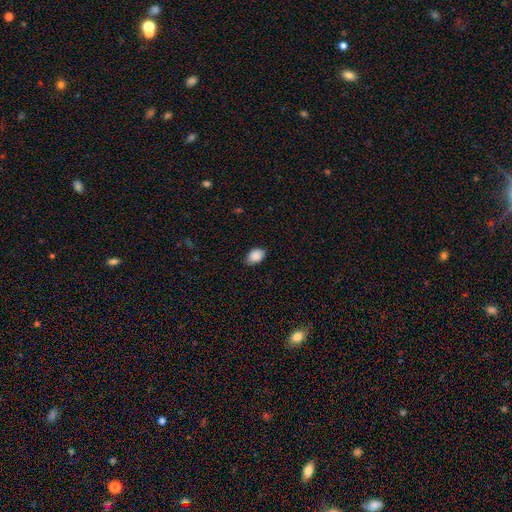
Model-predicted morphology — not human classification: A smooth galaxy with no disk features (89%) that is in between round and cigar-shaped (83%).

Vote fractions:
- Smooth or featured? smooth: 89% / star or artifact: 7% / featured or disk: 3%
- How rounded? in between: 83% / round: 15% / cigar-shaped: 1%
- Merging? none: 80% / minor disturbance: 16% / major disturbance: 3% / merger: 1%